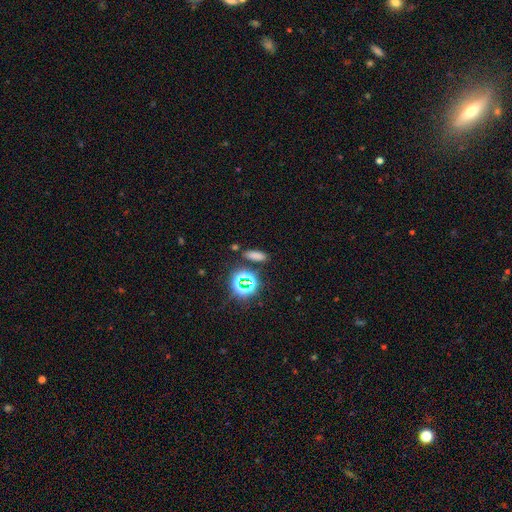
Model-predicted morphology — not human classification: smooth-or-featured: smooth: 66% | star or artifact: 26% | featured or disk: 7%
  how-rounded: in between: 58% | cigar-shaped: 33% | round: 9%
  merging: none: 82% | minor disturbance: 9% | merger: 6% | major disturbance: 3%